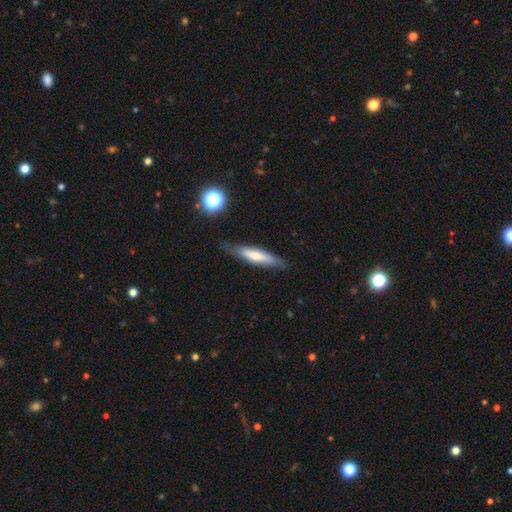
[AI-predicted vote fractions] This appears to be a smooth galaxy with no disk features (58%) that is cigar-shaped (81%). Merging: none (77%).